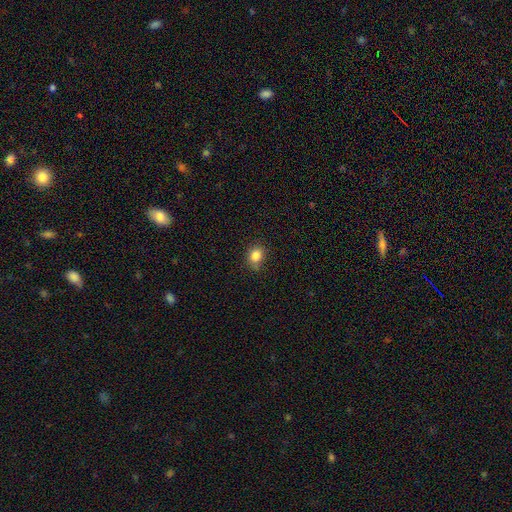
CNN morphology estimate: smooth 84%, star or artifact 11%, featured or disk 5%. Down the decision tree: how rounded — round (58%); merging — none (79%).